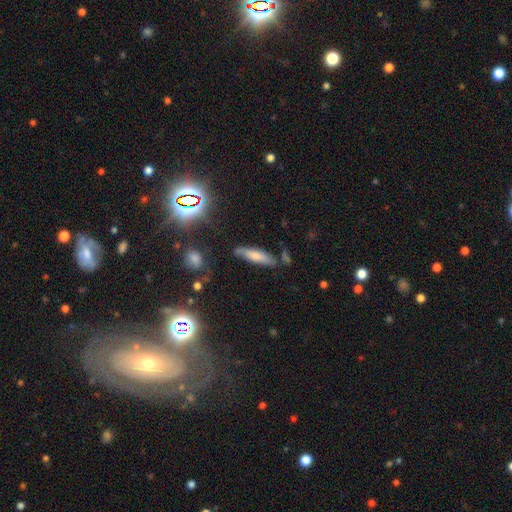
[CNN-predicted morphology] Smooth or featured? Predicted: smooth (p=0.65). How rounded? Predicted: cigar-shaped (p=0.72). Merging? Predicted: none (p=0.70).